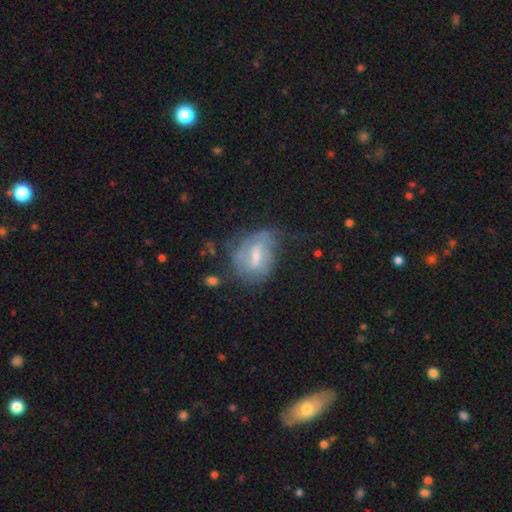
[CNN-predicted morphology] Smooth or featured?
  - featured or disk: 61% *
  - smooth: 32%
  - star or artifact: 8%
Edge-on disk?
  - no: 95% *
  - yes: 5%
Bar?
  - weak: 55% *
  - strong: 24%
  - no: 21%
Spiral arms?
  - yes: 66% *
  - no: 34%
Bulge size?
  - moderate: 44% *
  - small: 41%
  - none: 10%
  - large: 4%
  - dominant: 1%
Merging?
  - none: 41% *
  - minor disturbance: 31%
  - major disturbance: 25%
  - merger: 4%